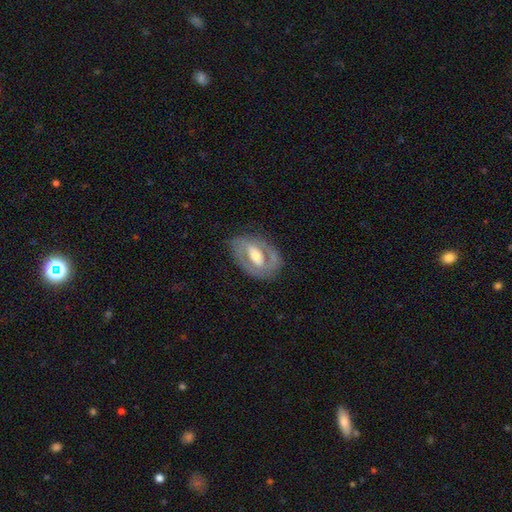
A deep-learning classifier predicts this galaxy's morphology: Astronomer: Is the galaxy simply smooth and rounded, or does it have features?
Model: featured or disk — 77%.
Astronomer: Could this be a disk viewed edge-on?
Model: no — 95%.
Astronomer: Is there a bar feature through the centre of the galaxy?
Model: weak — 37% (runner-up: strong, 32%).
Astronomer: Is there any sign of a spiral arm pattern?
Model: yes — 63%.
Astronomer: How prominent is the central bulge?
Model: moderate — 61%.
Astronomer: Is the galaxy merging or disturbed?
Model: none — 77%.